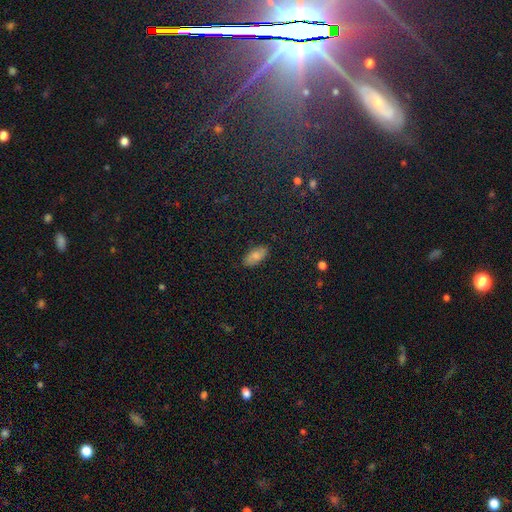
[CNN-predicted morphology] Smooth or featured? Predicted: smooth (p=0.79). How rounded? Predicted: in between (p=0.92). Merging? Predicted: none (p=0.87).